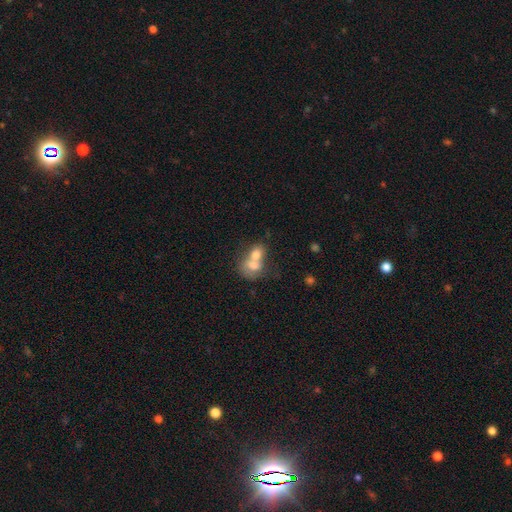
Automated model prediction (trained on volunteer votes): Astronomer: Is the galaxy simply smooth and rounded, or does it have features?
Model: smooth — 70%.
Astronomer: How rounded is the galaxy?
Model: in between — 60% (runner-up: round, 39%).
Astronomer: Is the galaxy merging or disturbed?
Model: merger — 75%.